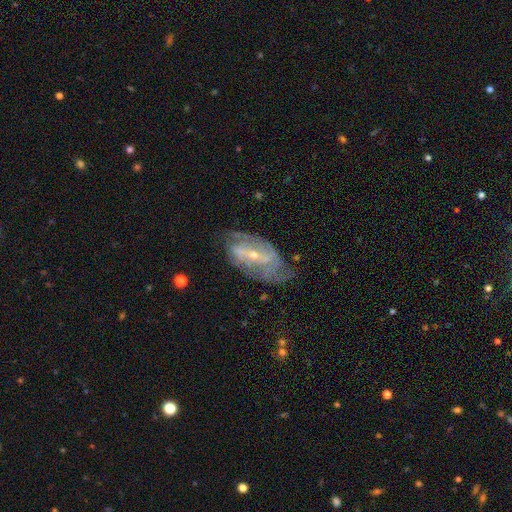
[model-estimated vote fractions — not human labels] Q: Smooth or featured?
A: featured or disk (77%); runner-up: smooth (12%)
Q: Edge-on disk?
A: no (91%); runner-up: yes (9%)
Q: Bar?
A: weak (40%); runner-up: strong (34%)
Q: Spiral arms?
A: yes (88%); runner-up: no (12%)
Q: Spiral winding?
A: tight (46%); runner-up: medium (38%)
Q: Spiral arm count?
A: 2 (44%); runner-up: can't tell (30%)
Q: Bulge size?
A: small (65%); runner-up: moderate (31%)
Q: Merging?
A: none (70%); runner-up: minor disturbance (19%)